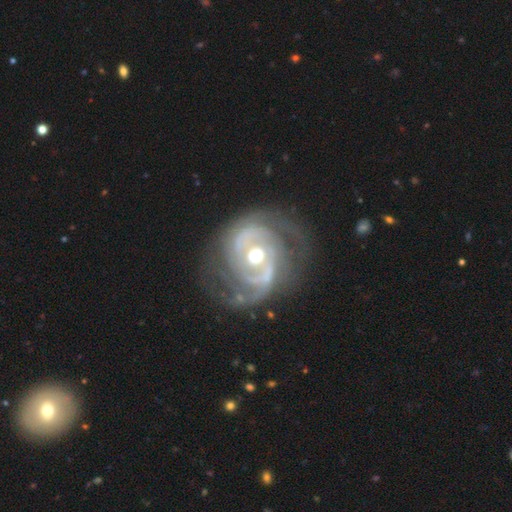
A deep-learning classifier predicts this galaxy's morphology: Smooth or featured?
  - featured or disk: 90% *
  - smooth: 5%
  - star or artifact: 5%
Edge-on disk?
  - no: 97% *
  - yes: 3%
Bar?
  - no: 49% *
  - weak: 33%
  - strong: 18%
Spiral arms?
  - yes: 96% *
  - no: 4%
Spiral winding?
  - tight: 49% *
  - medium: 40%
  - loose: 11%
Spiral arm count?
  - 2: 61% *
  - 3: 14%
  - can't tell: 12%
  - 1: 4%
  - 4: 4%
  - more than 4: 4%
Bulge size?
  - moderate: 72% *
  - small: 16%
  - large: 10%
  - dominant: 1%
  - none: 1%
Merging?
  - none: 69% *
  - minor disturbance: 17%
  - major disturbance: 12%
  - merger: 2%